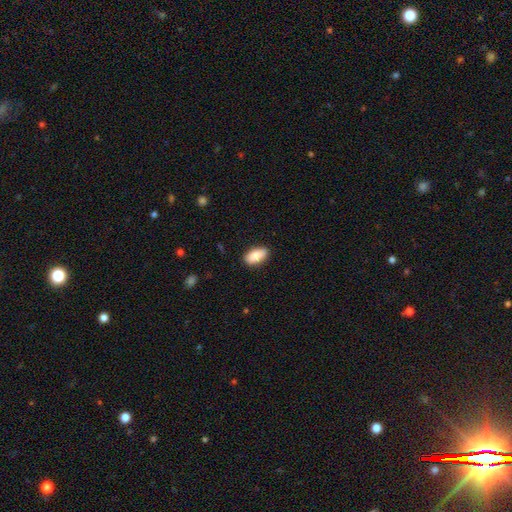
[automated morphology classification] Q: Smooth or featured?
A: smooth (87%); runner-up: featured or disk (7%)
Q: How rounded?
A: in between (93%); runner-up: cigar-shaped (3%)
Q: Merging?
A: none (88%); runner-up: minor disturbance (9%)